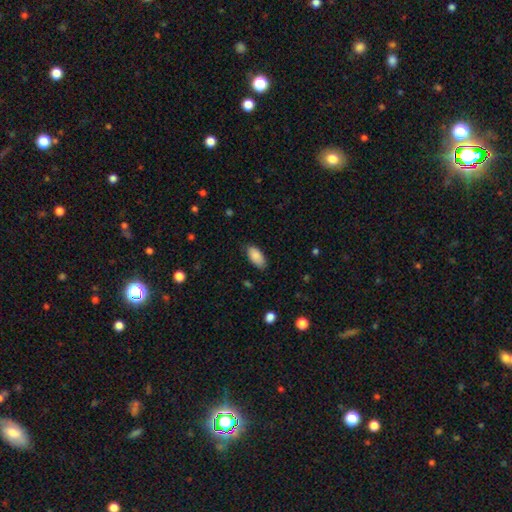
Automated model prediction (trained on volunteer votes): Overall: smooth (88%). How rounded: in between (93%). Merging: none (79%).